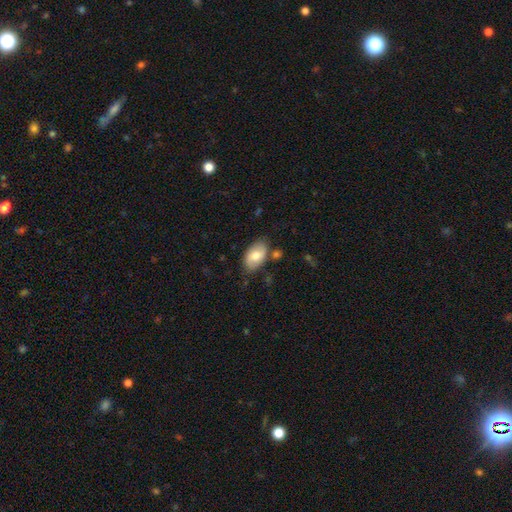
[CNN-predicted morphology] smooth 67%, featured or disk 27%, star or artifact 6%. Down the decision tree: how rounded — in between (93%); merging — none (76%).